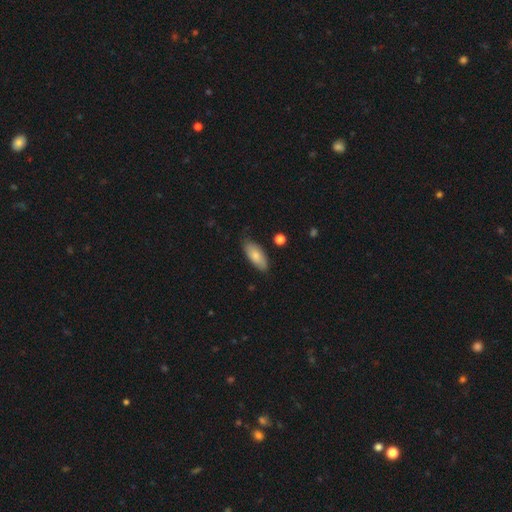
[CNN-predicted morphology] Overall: smooth (80%). How rounded: in between (84%). Merging: none (80%).